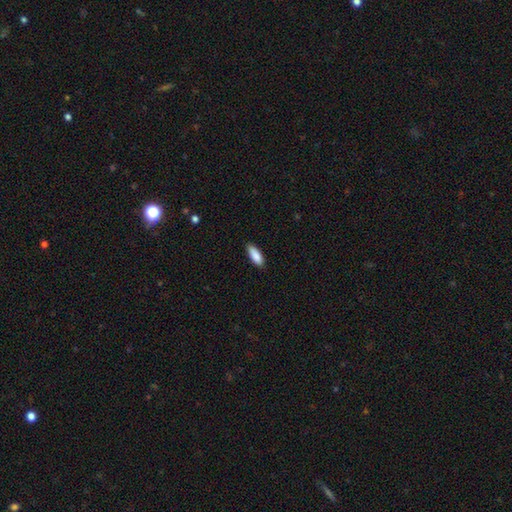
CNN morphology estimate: Smooth or featured? smooth (87%)
How rounded? in between (62%)
Merging? none (87%)